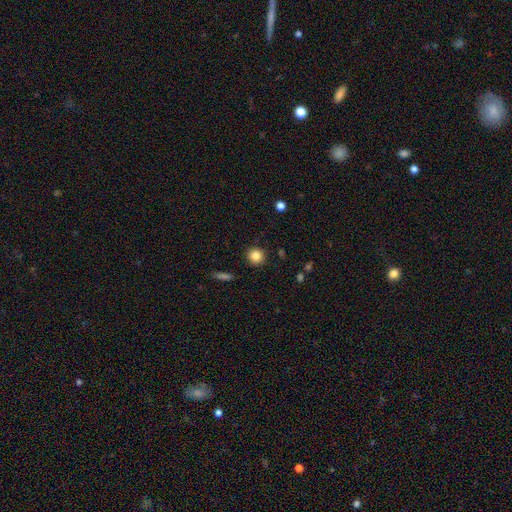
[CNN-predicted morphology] Q: Smooth or featured?
A: smooth (84%); runner-up: star or artifact (10%)
Q: How rounded?
A: round (92%); runner-up: in between (6%)
Q: Merging?
A: none (90%); runner-up: minor disturbance (6%)